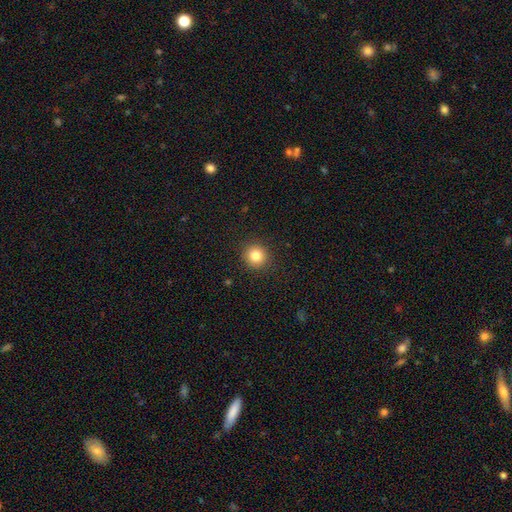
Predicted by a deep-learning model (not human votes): Overall: smooth (83%). How rounded: round (92%). Merging: none (92%).